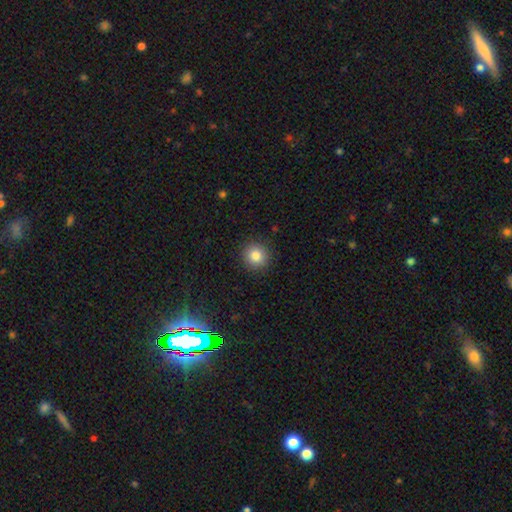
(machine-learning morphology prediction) The model was most divided on "smooth or featured": smooth: 83%, star or artifact: 11%, featured or disk: 7%. More confident: how rounded — round (91%); merging — none (90%).